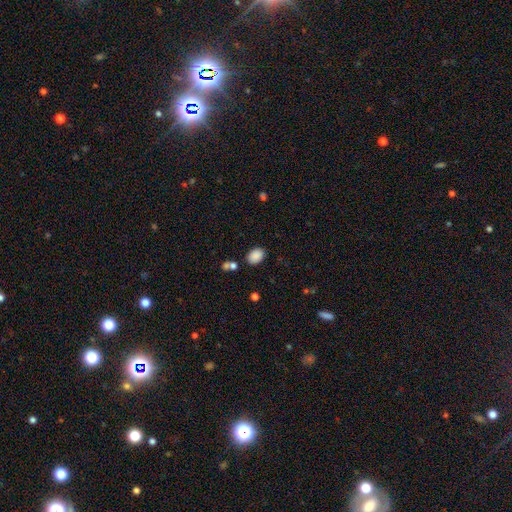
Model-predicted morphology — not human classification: Smooth or featured? smooth (87%)
How rounded? in between (80%)
Merging? none (80%)